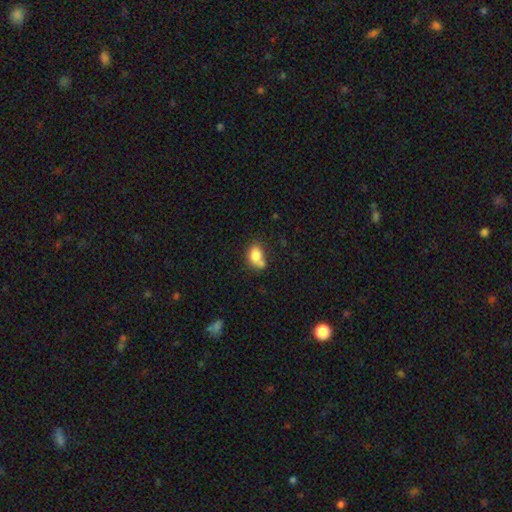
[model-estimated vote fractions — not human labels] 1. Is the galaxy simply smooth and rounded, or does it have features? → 79% smooth, 11% featured or disk, 10% star or artifact.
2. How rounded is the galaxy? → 67% in between, 32% round, 1% cigar-shaped.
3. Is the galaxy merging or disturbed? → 42% none, 31% merger, 20% minor disturbance, 8% major disturbance.